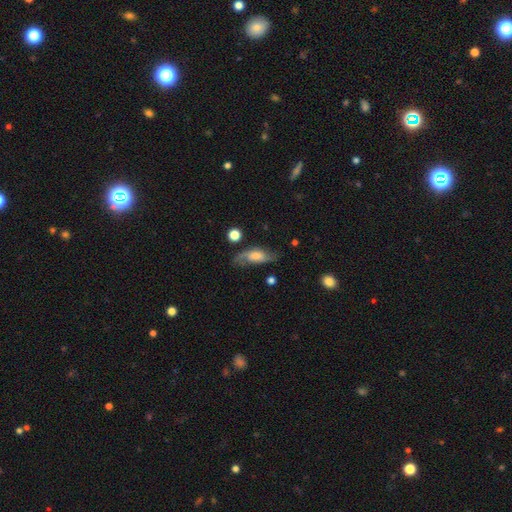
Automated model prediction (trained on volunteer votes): This is possibly a featured or disk galaxy (56%). It is likely not viewed edge-on (79%). Merging: likely none (63%).